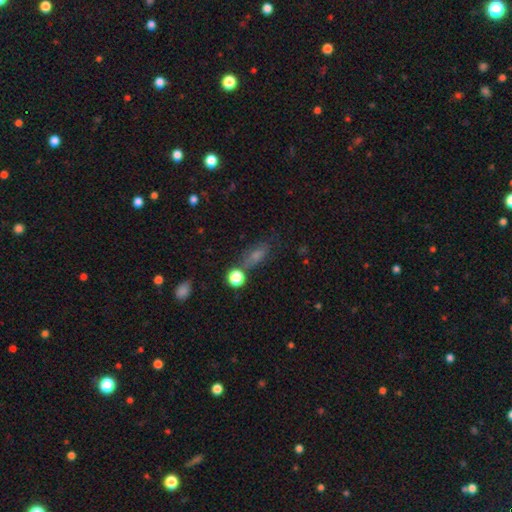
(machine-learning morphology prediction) Overall: smooth (50%; star or artifact 31%). How rounded: in between (59%; cigar-shaped 21%). Merging: none (65%).